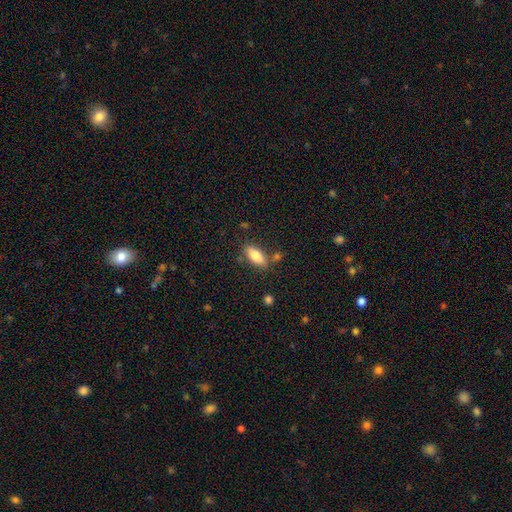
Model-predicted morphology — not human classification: This appears to be a smooth galaxy with no disk features (81%) that is in between round and cigar-shaped (80%). Merging: none (76%).